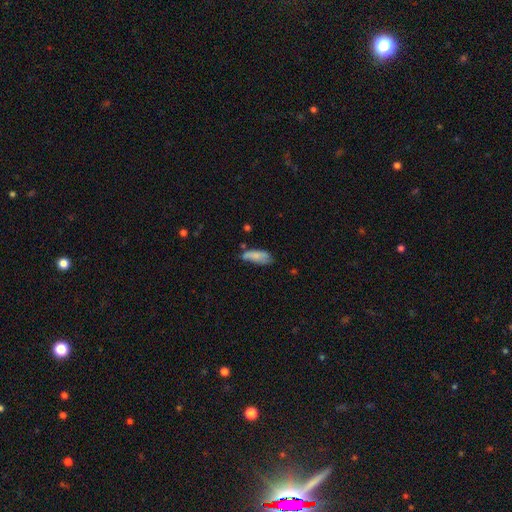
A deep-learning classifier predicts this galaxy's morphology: A smooth galaxy with no disk features (74%) that is in between round and cigar-shaped (71%).

Vote fractions:
- Smooth or featured? smooth: 74% / featured or disk: 18% / star or artifact: 8%
- How rounded? in between: 71% / cigar-shaped: 27% / round: 2%
- Merging? none: 44% / minor disturbance: 37% / major disturbance: 13% / merger: 6%